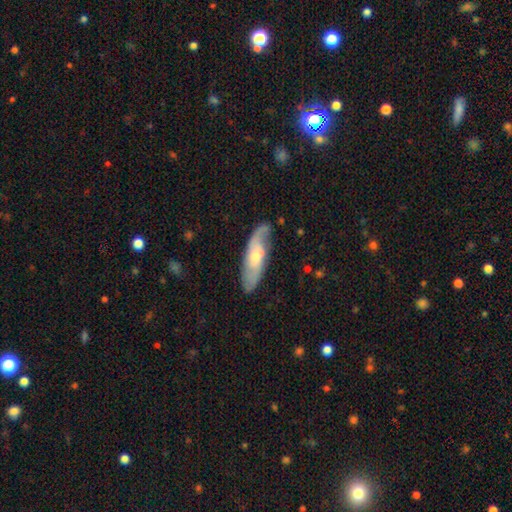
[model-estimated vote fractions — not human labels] featured or disk 60%, smooth 34%, star or artifact 6%. Down the decision tree: edge-on disk — no (79%); merging — none (72%).